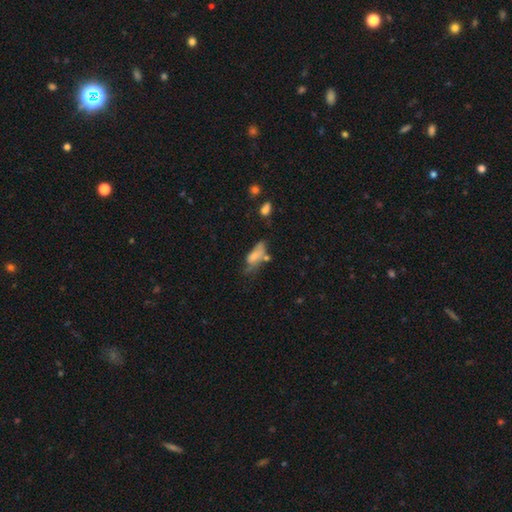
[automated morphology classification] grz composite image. It shows a smooth galaxy with no disk features (66%) that is in between round and cigar-shaped (76%). Merging: none (31%).